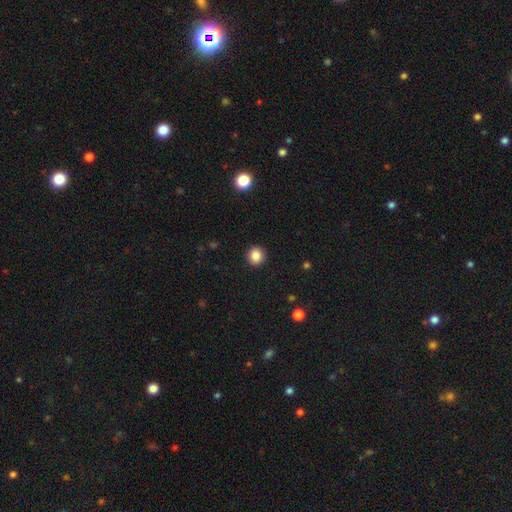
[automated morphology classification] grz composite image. It shows a smooth galaxy with no disk features (85%) that is round (91%). Merging: none (93%).